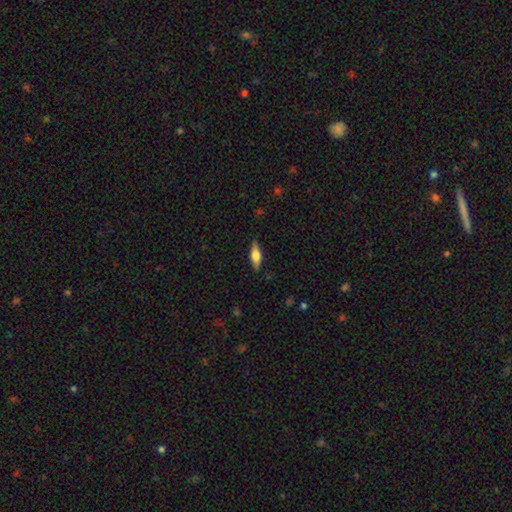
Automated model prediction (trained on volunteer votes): This is possibly a smooth galaxy (50%). Merging: clearly none (85%).